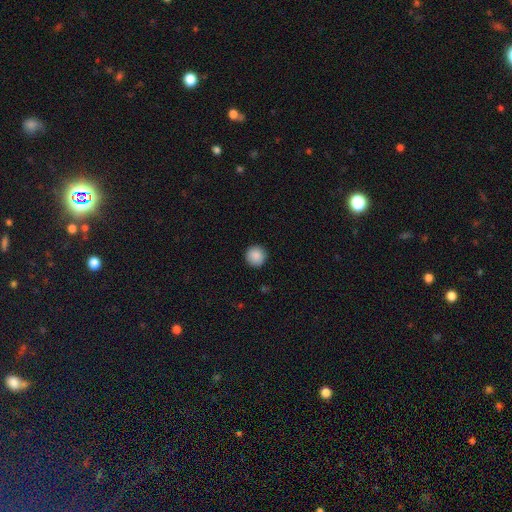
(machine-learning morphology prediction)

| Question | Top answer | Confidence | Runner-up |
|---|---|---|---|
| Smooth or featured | smooth | 89% | star or artifact (8%) |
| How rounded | round | 96% | in between (3%) |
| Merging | none | 92% | minor disturbance (5%) |